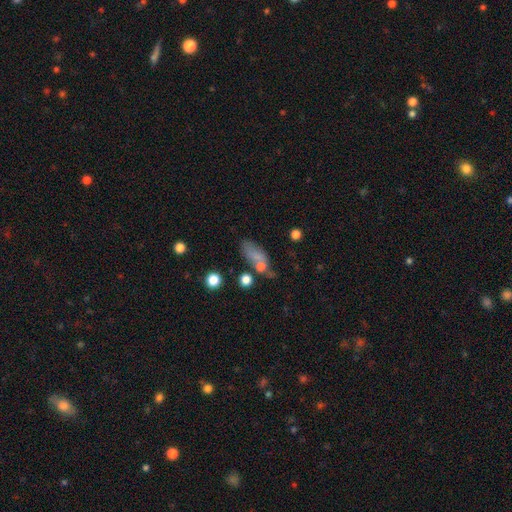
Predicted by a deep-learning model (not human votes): Smooth or featured? Predicted: smooth (p=0.69). How rounded? Predicted: in between (p=0.77). Merging? Predicted: none (p=0.43).